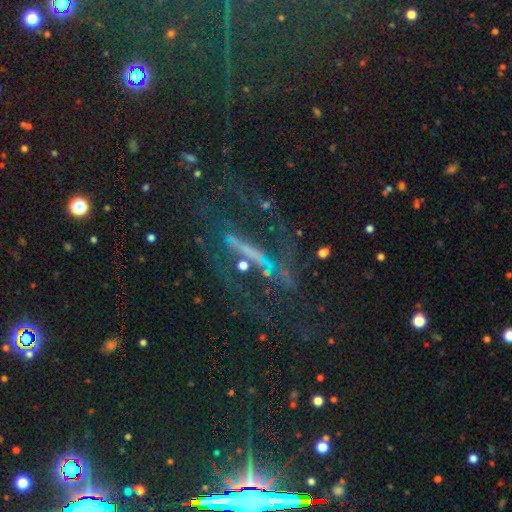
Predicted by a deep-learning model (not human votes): Overall: featured or disk (56%; star or artifact 30%). Edge-on disk: no (73%). Merging: none (51%; major disturbance 27%).